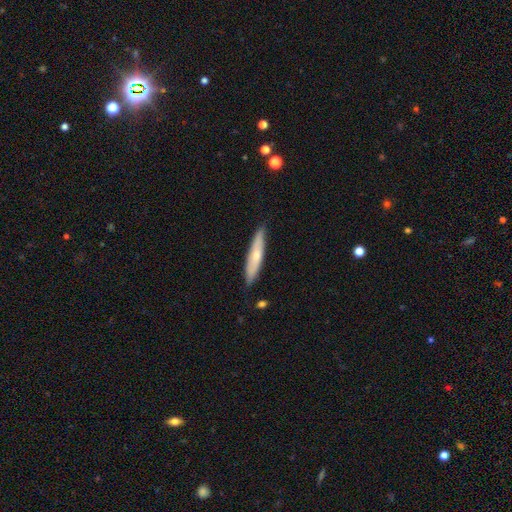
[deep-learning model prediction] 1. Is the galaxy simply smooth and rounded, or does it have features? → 56% smooth, 38% featured or disk, 6% star or artifact.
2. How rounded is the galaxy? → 86% cigar-shaped, 13% in between, 2% round.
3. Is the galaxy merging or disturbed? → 85% none, 12% minor disturbance, 2% major disturbance, 1% merger.